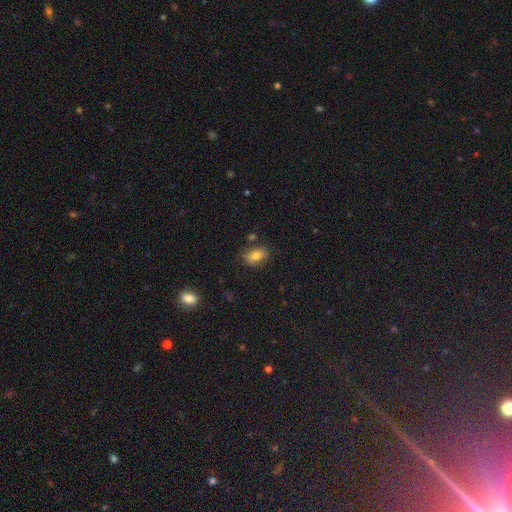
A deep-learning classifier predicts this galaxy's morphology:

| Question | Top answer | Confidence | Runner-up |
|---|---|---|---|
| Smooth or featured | smooth | 80% | featured or disk (11%) |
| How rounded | in between | 81% | round (16%) |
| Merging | none | 80% | minor disturbance (13%) |